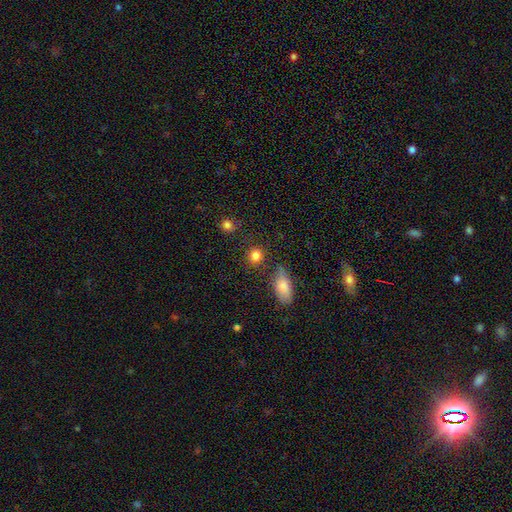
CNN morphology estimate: A smooth galaxy with no disk features (84%) that is round (74%).

Vote fractions:
- Smooth or featured? smooth: 84% / star or artifact: 10% / featured or disk: 5%
- How rounded? round: 74% / in between: 24% / cigar-shaped: 2%
- Merging? none: 81% / minor disturbance: 11% / merger: 4% / major disturbance: 3%